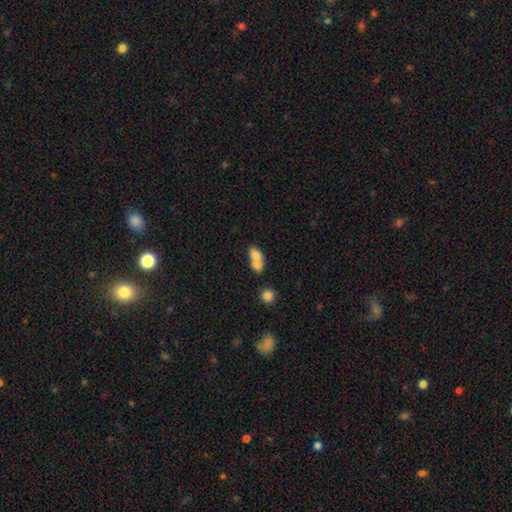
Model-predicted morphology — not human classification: A smooth galaxy with no disk features (73%) that is in between round and cigar-shaped (76%).

Vote fractions:
- Smooth or featured? smooth: 73% / featured or disk: 18% / star or artifact: 9%
- How rounded? in between: 76% / round: 19% / cigar-shaped: 5%
- Merging? merger: 63% / none: 22% / minor disturbance: 9% / major disturbance: 5%